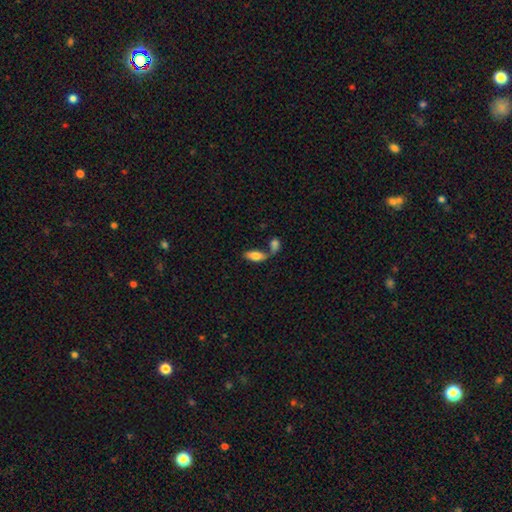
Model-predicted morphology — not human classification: This appears to be a smooth galaxy with no disk features (77%) that is in between round and cigar-shaped (84%). Merging: none (46%).